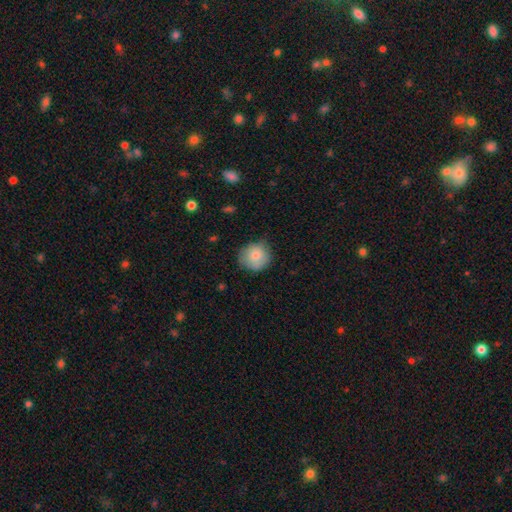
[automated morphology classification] Overall: smooth (80%). How rounded: round (88%). Merging: none (71%).